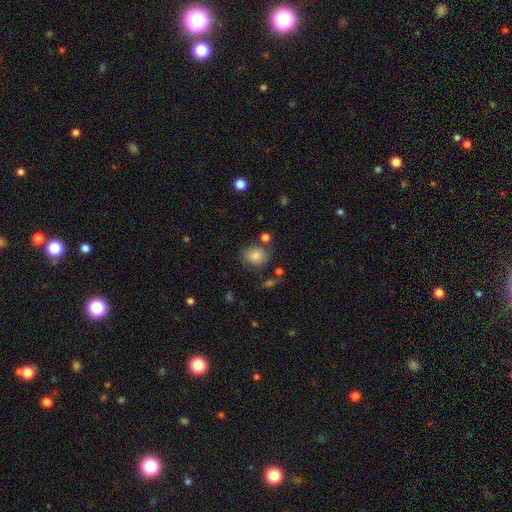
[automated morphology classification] Smooth or featured? smooth (80%)
How rounded? round (66%)
Merging? none (70%)